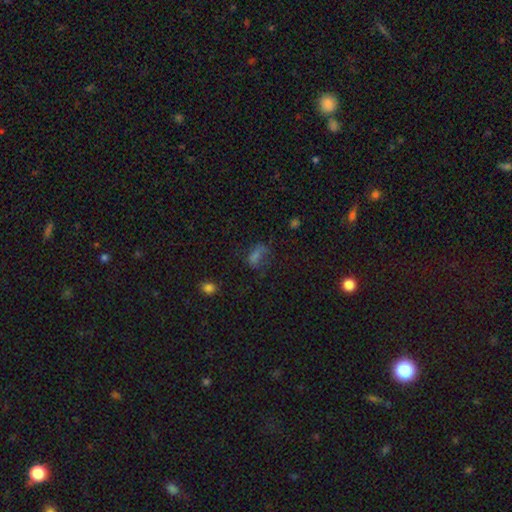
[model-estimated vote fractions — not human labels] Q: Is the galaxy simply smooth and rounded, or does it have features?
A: smooth — 52%.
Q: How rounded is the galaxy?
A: in between — 74%.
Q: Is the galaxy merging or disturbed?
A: none — 46%.